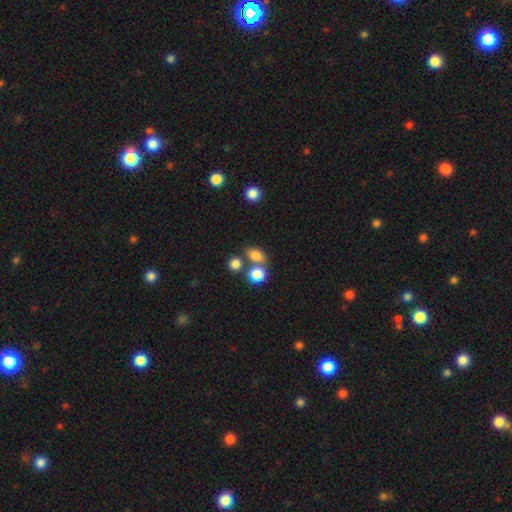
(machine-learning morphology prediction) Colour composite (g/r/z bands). It shows a smooth galaxy with no disk features (79%) that is in between round and cigar-shaped (63%). Merging: none (49%).